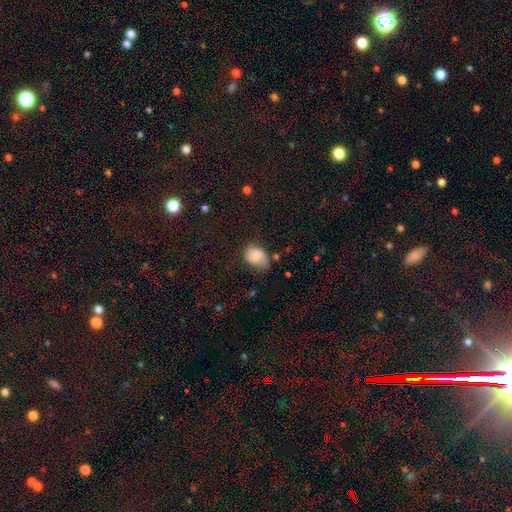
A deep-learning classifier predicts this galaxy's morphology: Smooth or featured?
  - smooth: 71% *
  - featured or disk: 20%
  - star or artifact: 9%
How rounded?
  - in between: 71% *
  - round: 28%
  - cigar-shaped: 1%
Merging?
  - none: 46% *
  - minor disturbance: 37%
  - major disturbance: 14%
  - merger: 3%